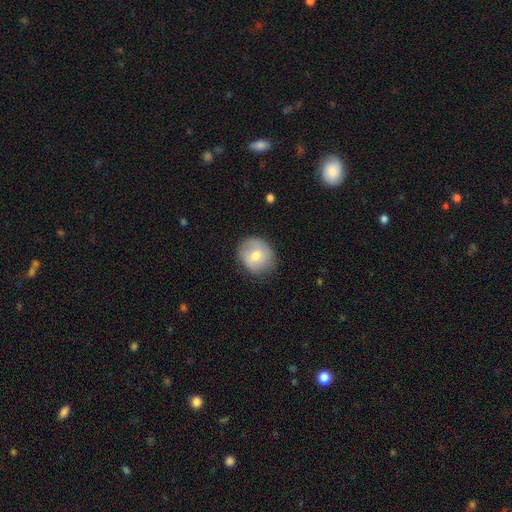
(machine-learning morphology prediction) Q: Smooth or featured?
A: smooth (65%); runner-up: featured or disk (27%)
Q: How rounded?
A: round (81%); runner-up: in between (18%)
Q: Merging?
A: none (80%); runner-up: minor disturbance (15%)